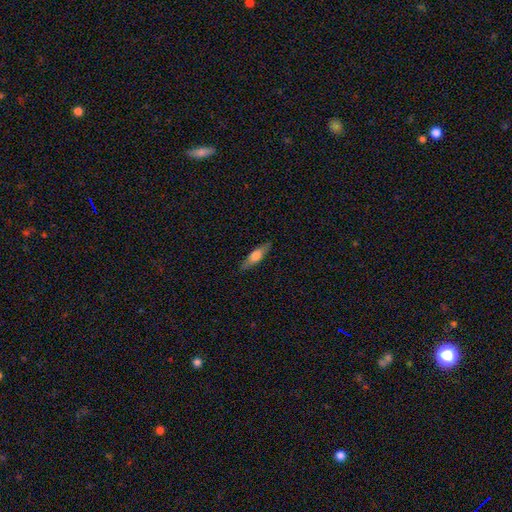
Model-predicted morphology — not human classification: This appears to be a smooth galaxy with no disk features (51%) that is cigar-shaped (58%). Merging: none (86%).